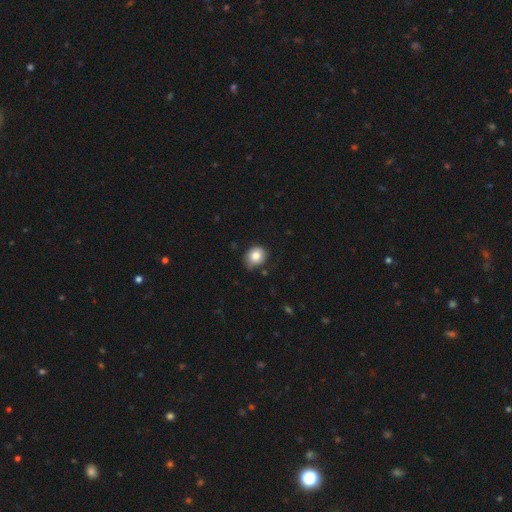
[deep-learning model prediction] Morphology: type=smooth (83%); roundness=round (61%); merging=none (66%).